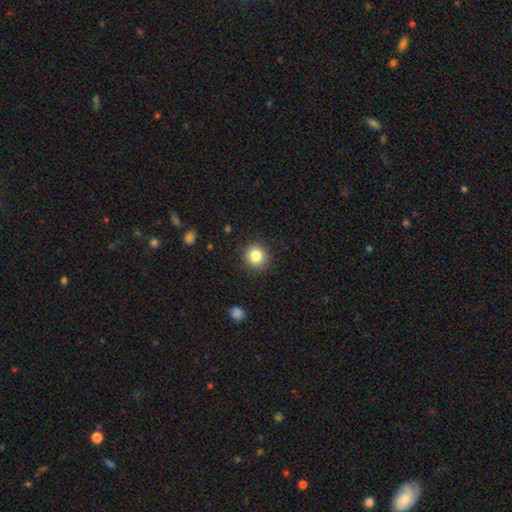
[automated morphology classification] smooth_or_featured: smooth (p=0.83) [alt: star or artifact p=0.10]
how_rounded: round (p=0.93) [alt: in between p=0.06]
merging: none (p=0.91) [alt: minor disturbance p=0.06]